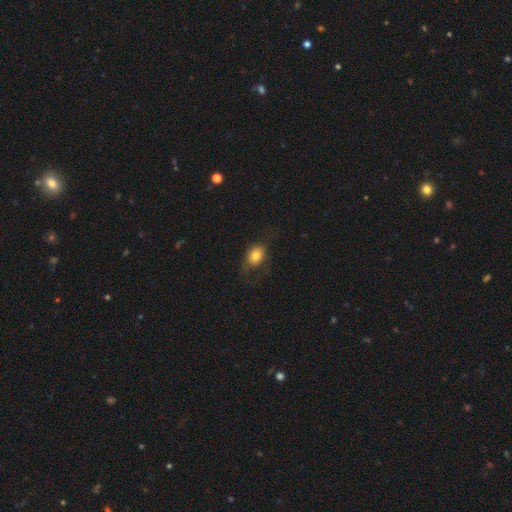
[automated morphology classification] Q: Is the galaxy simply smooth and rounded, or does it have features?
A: smooth — 76%.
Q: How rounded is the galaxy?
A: in between — 65%.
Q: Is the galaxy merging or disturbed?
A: none — 50%.